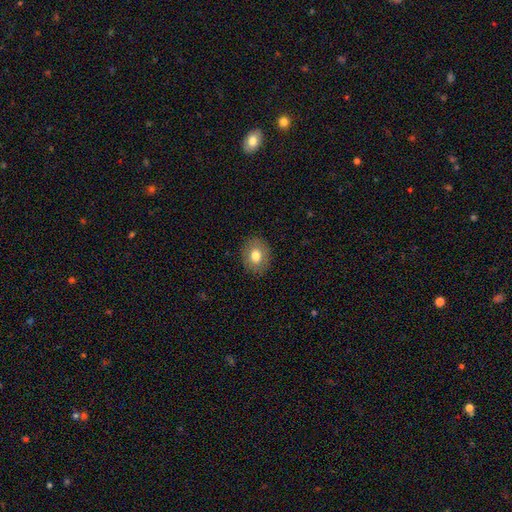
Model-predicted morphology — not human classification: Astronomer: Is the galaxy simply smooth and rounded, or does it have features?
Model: smooth — 76%.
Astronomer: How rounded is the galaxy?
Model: round — 51% (runner-up: in between, 48%).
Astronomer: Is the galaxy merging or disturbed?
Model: none — 88%.